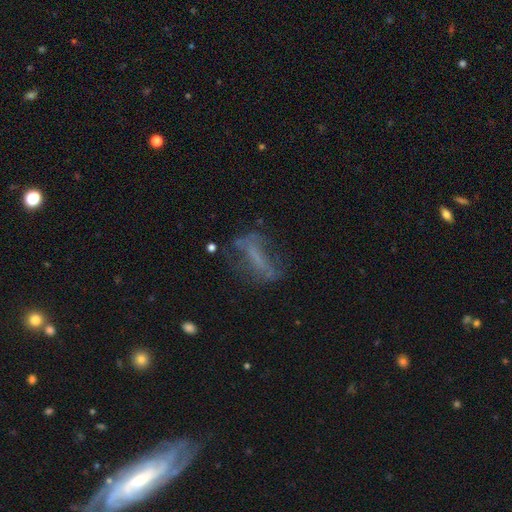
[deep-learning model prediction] This appears to be a featured or disk galaxy (48%). Merging: none (48%).